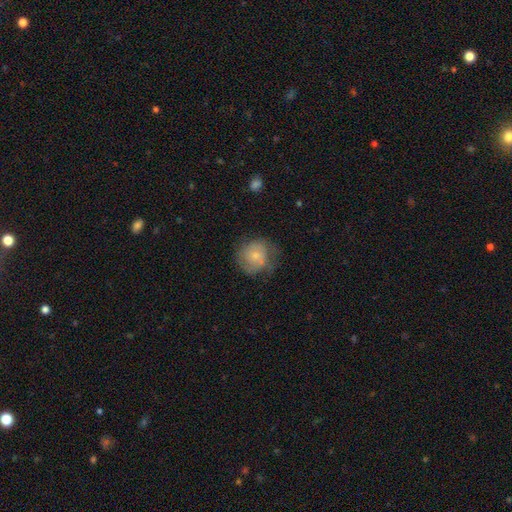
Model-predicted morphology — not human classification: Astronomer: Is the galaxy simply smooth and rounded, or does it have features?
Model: smooth — 59%.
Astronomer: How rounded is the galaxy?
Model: round — 84%.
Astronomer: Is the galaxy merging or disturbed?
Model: none — 54%.